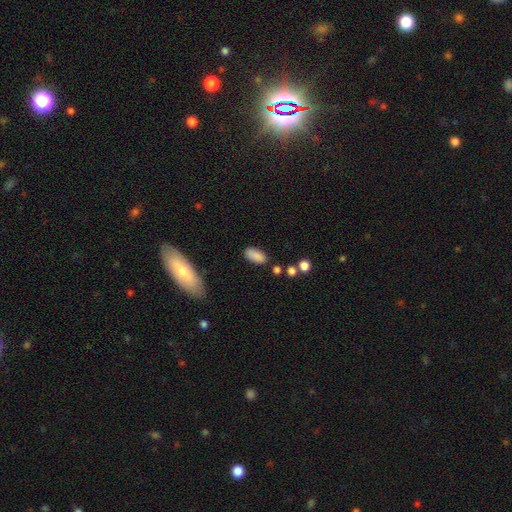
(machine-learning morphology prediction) The model was most divided on "merging": none: 81%, minor disturbance: 13%, merger: 3%, major disturbance: 3%. More confident: how rounded — in between (90%); smooth or featured — smooth (87%).